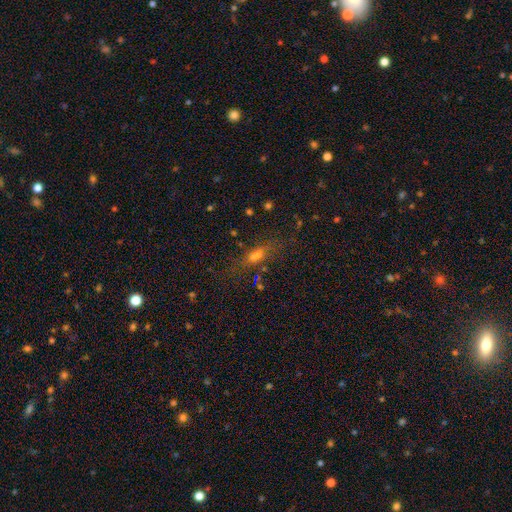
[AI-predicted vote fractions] Morphology: type=smooth (54%); roundness=cigar-shaped (51%); merging=none (69%).